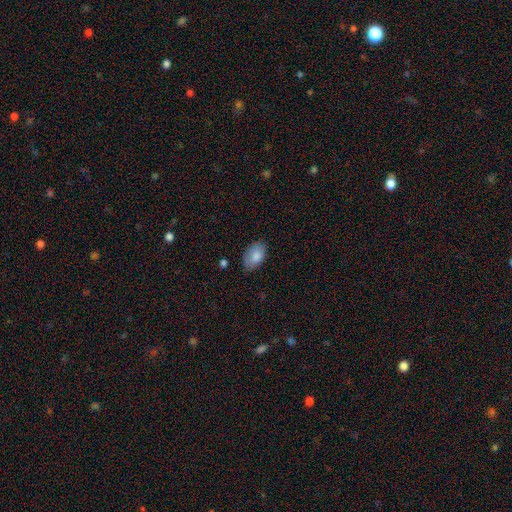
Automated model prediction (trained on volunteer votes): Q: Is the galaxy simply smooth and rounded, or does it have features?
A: smooth — 85%.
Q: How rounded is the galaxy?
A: in between — 92%.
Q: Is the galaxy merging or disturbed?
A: none — 77%.